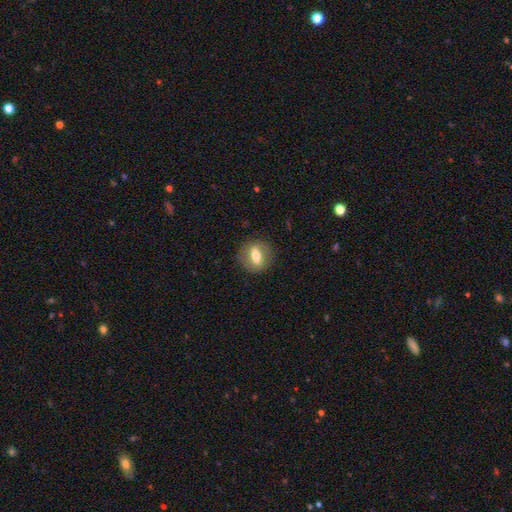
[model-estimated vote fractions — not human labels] smooth_or_featured: smooth (p=0.55) [alt: featured or disk p=0.37]
how_rounded: in between (p=0.46) [alt: round p=0.45]
merging: none (p=0.85) [alt: minor disturbance p=0.10]